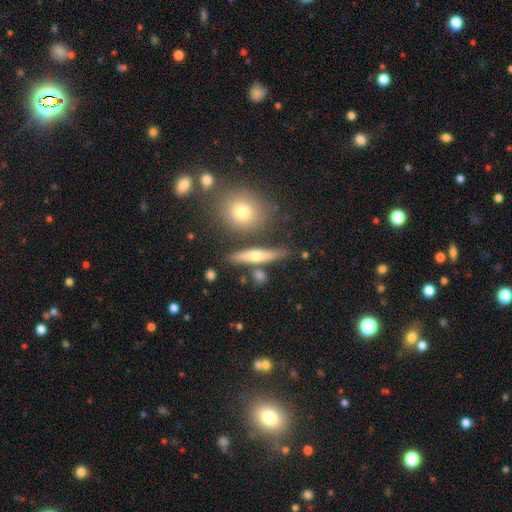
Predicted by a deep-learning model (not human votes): Smooth or featured?
  - featured or disk: 51% *
  - smooth: 40%
  - star or artifact: 10%
Edge-on disk?
  - yes: 88% *
  - no: 12%
Merging?
  - none: 76% *
  - minor disturbance: 11%
  - merger: 9%
  - major disturbance: 4%